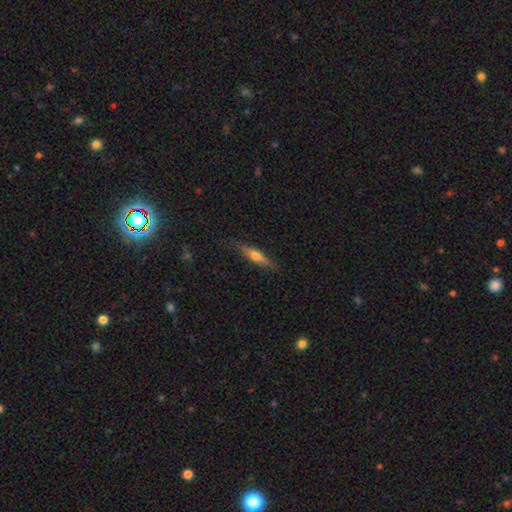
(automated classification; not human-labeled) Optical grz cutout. It shows a smooth galaxy with no disk features (50%). Merging: none (82%).